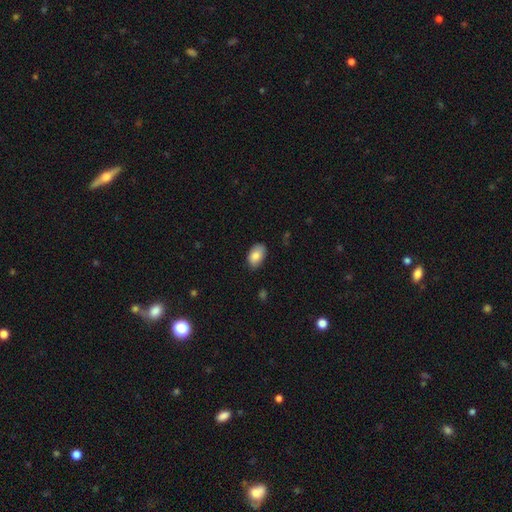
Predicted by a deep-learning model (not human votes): Smooth or featured?
  - smooth: 85% *
  - featured or disk: 8%
  - star or artifact: 7%
How rounded?
  - in between: 91% *
  - round: 8%
  - cigar-shaped: 1%
Merging?
  - none: 78% *
  - minor disturbance: 18%
  - major disturbance: 3%
  - merger: 1%